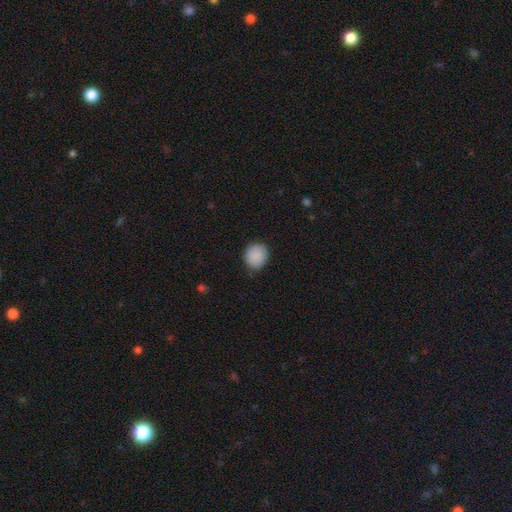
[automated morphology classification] type=smooth (89%); roundness=round (82%); merging=none (84%).